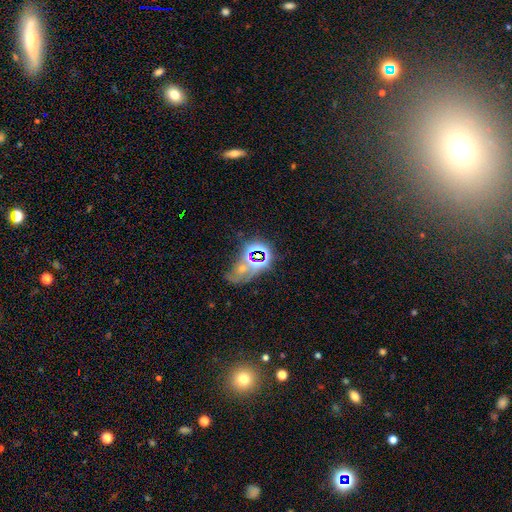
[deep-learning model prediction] A star or artifact, not a galaxy (51%).